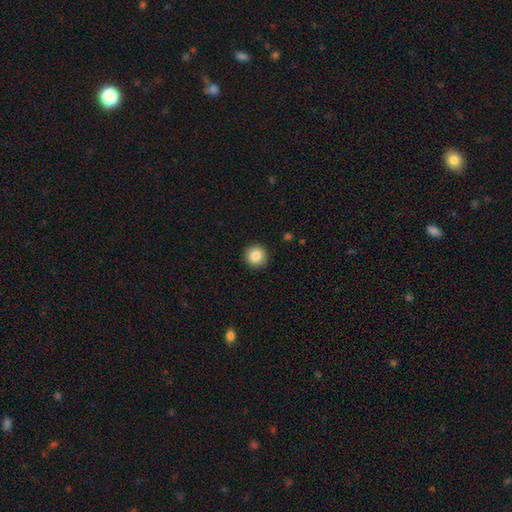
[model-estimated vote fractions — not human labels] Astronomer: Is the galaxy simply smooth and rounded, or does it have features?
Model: smooth — 86%.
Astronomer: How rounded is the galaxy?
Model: round — 94%.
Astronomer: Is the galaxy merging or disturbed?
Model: none — 92%.